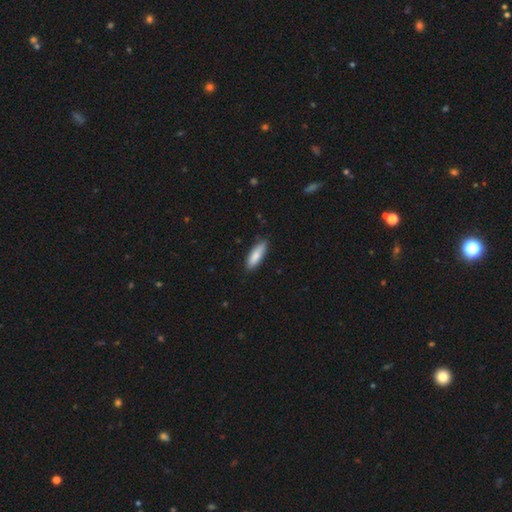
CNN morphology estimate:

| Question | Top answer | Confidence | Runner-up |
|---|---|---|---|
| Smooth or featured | smooth | 82% | featured or disk (13%) |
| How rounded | in between | 53% | cigar-shaped (45%) |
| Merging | none | 83% | minor disturbance (14%) |